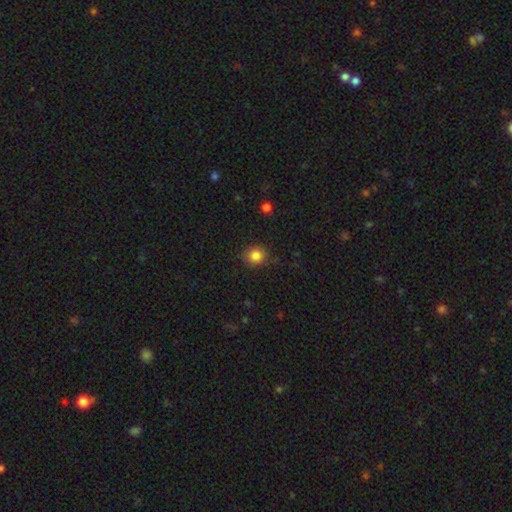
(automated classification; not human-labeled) A smooth galaxy with no disk features (84%) that is round (86%).

Vote fractions:
- Smooth or featured? smooth: 84% / star or artifact: 11% / featured or disk: 5%
- How rounded? round: 86% / in between: 13% / cigar-shaped: 1%
- Merging? none: 84% / minor disturbance: 12% / major disturbance: 3% / merger: 1%